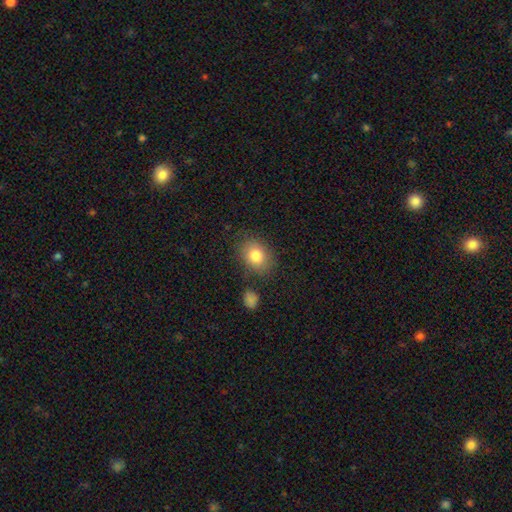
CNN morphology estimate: smooth-or-featured: smooth: 82% | featured or disk: 10% | star or artifact: 8%
  how-rounded: in between: 61% | round: 38% | cigar-shaped: 1%
  merging: none: 76% | minor disturbance: 15% | major disturbance: 5% | merger: 4%